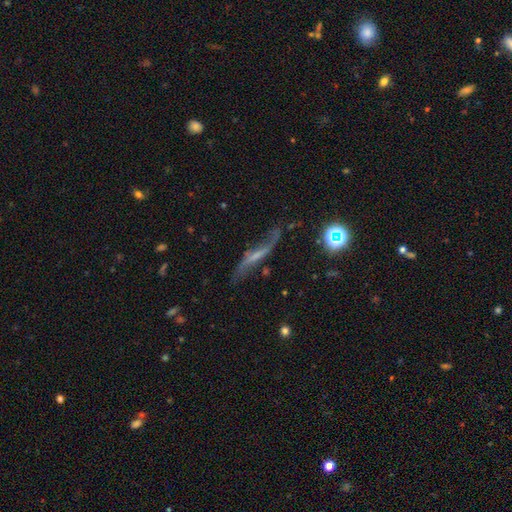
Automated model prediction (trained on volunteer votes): A featured or disk galaxy (69%). Merging: none (59%).